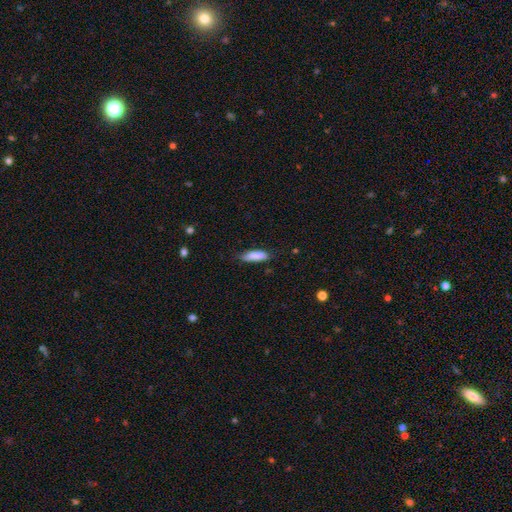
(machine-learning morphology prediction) A smooth galaxy with no disk features (86%) that is in between round and cigar-shaped (49%, tied with cigar-shaped). Merging: none (71%).